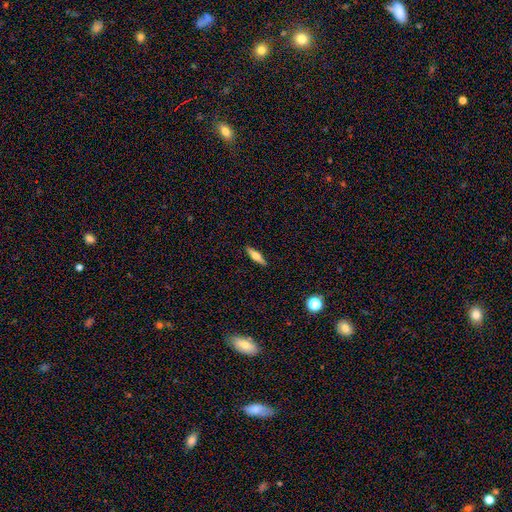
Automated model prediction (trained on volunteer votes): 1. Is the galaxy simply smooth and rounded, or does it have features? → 51% smooth, 42% featured or disk, 7% star or artifact.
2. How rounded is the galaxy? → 71% cigar-shaped, 26% in between, 2% round.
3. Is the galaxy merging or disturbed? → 90% none, 7% minor disturbance, 2% major disturbance, 1% merger.